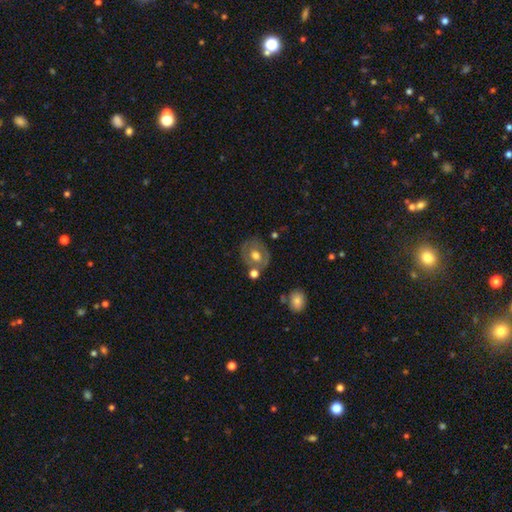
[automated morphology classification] A smooth galaxy with no disk features (47%).

Vote fractions:
- Smooth or featured? smooth: 47% / featured or disk: 46% / star or artifact: 7%
- Merging? none: 67% / minor disturbance: 15% / merger: 12% / major disturbance: 6%